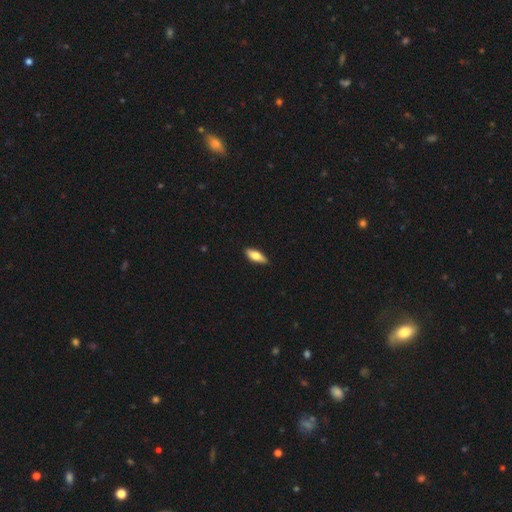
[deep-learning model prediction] smooth-or-featured: smooth: 66% | featured or disk: 28% | star or artifact: 6%
  how-rounded: in between: 68% | cigar-shaped: 30% | round: 3%
  merging: none: 88% | minor disturbance: 9% | major disturbance: 2% | merger: 1%